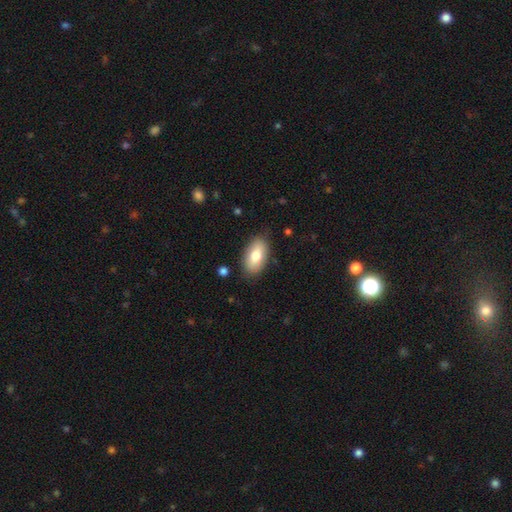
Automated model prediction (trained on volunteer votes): smooth_or_featured: smooth (p=0.76) [alt: featured or disk p=0.17]
how_rounded: in between (p=0.93) [alt: round p=0.04]
merging: none (p=0.83) [alt: minor disturbance p=0.12]